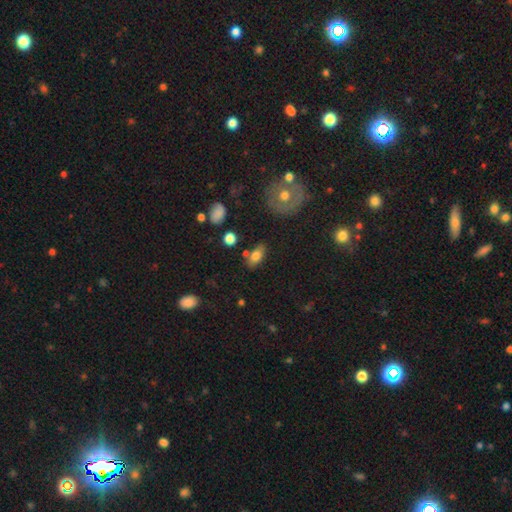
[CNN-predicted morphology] Q: Smooth or featured?
A: smooth (76%); runner-up: featured or disk (14%)
Q: How rounded?
A: in between (86%); runner-up: round (8%)
Q: Merging?
A: none (70%); runner-up: minor disturbance (16%)